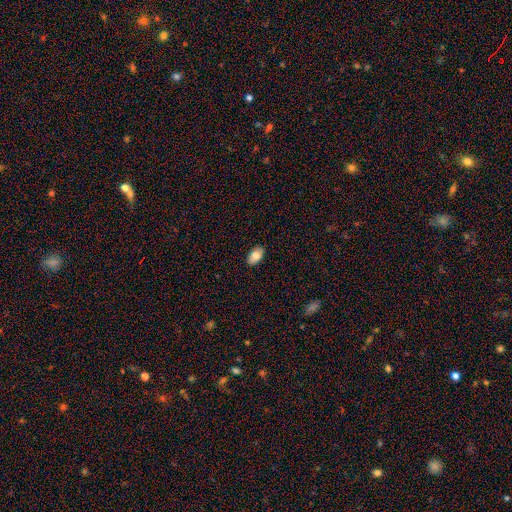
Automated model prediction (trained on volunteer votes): Smooth or featured?
  - smooth: 81% *
  - featured or disk: 12%
  - star or artifact: 7%
How rounded?
  - in between: 94% *
  - round: 4%
  - cigar-shaped: 2%
Merging?
  - none: 88% *
  - minor disturbance: 9%
  - major disturbance: 2%
  - merger: 1%